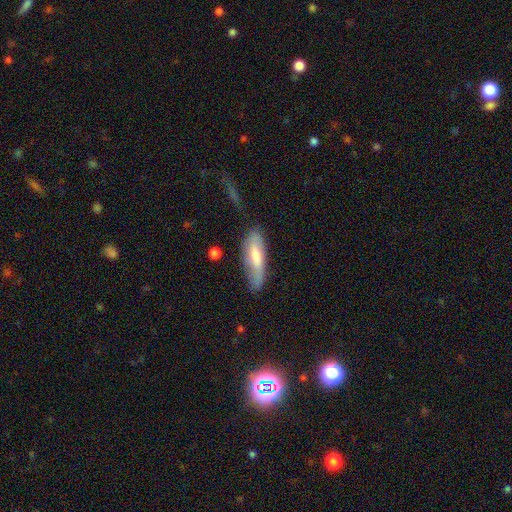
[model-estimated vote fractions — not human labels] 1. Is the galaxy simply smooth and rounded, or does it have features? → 64% smooth, 30% featured or disk, 6% star or artifact.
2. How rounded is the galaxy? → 50% cigar-shaped, 48% in between, 2% round.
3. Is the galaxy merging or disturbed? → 56% none, 30% minor disturbance, 10% major disturbance, 3% merger.